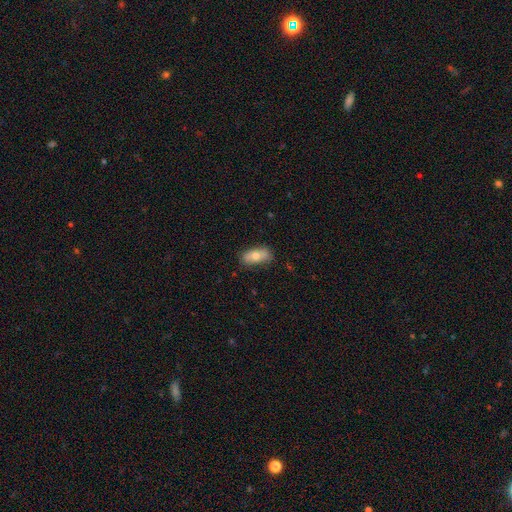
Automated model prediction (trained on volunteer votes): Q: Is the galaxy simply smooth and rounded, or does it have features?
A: smooth — 68%.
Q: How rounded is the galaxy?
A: in between — 87%.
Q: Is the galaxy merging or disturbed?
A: none — 78%.